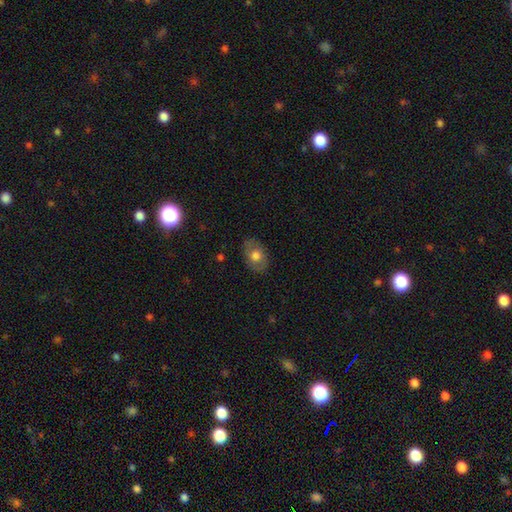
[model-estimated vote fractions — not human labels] Smooth or featured: smooth — 69% (featured or disk — 23%)
How rounded: in between — 81% (round — 18%)
Merging: none — 80% (minor disturbance — 15%)